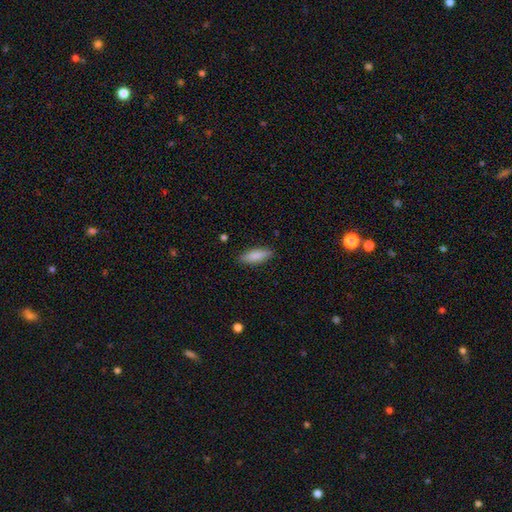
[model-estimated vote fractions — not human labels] A smooth galaxy with no disk features (85%) that is in between round and cigar-shaped (62%). Merging: none (87%).